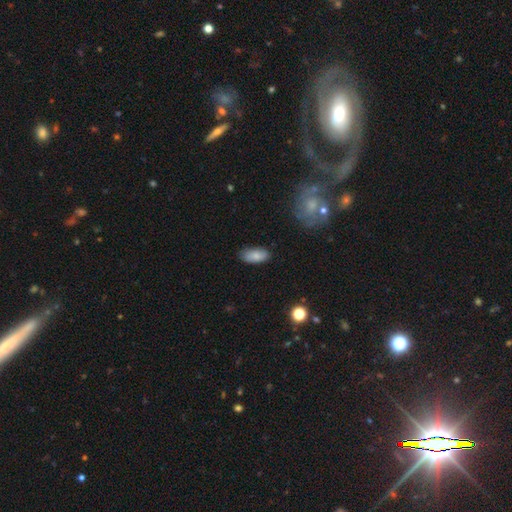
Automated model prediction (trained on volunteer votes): This is clearly a smooth galaxy (83%). How rounded: clearly in between (90%). Merging: clearly none (83%).